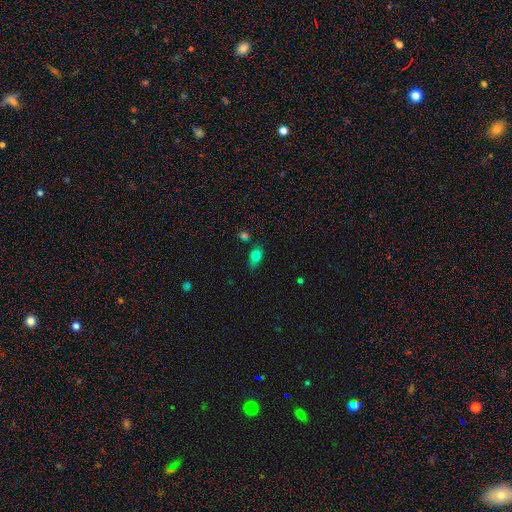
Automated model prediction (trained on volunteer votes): Smooth or featured?
  - smooth: 80% *
  - star or artifact: 11%
  - featured or disk: 10%
How rounded?
  - in between: 81% *
  - round: 14%
  - cigar-shaped: 5%
Merging?
  - none: 65% *
  - minor disturbance: 24%
  - merger: 6%
  - major disturbance: 6%